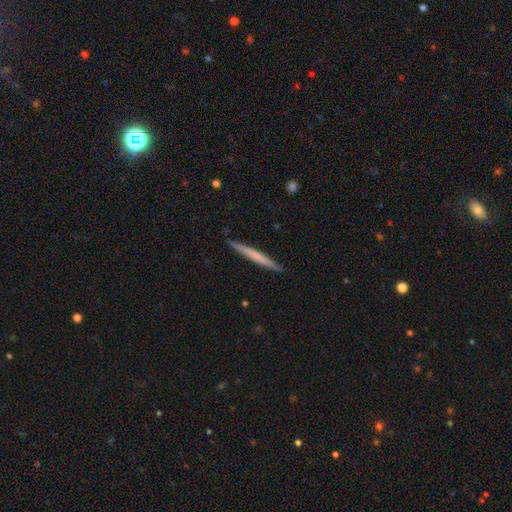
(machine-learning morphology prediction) This is possibly a smooth galaxy (52%). How rounded: clearly cigar-shaped (97%). Merging: clearly none (91%).